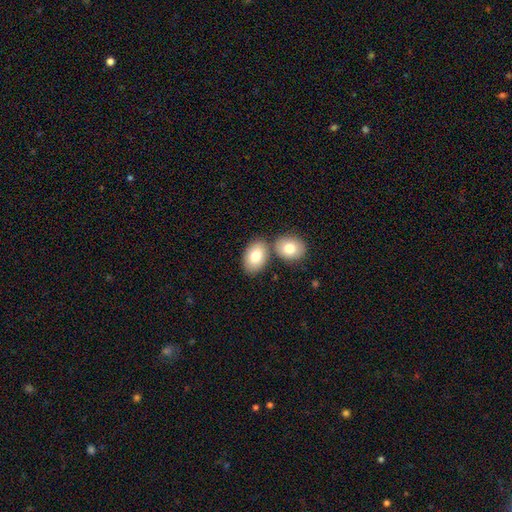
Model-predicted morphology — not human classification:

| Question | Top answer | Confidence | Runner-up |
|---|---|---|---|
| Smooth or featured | smooth | 79% | featured or disk (14%) |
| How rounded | in between | 86% | round (13%) |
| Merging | none | 60% | merger (27%) |